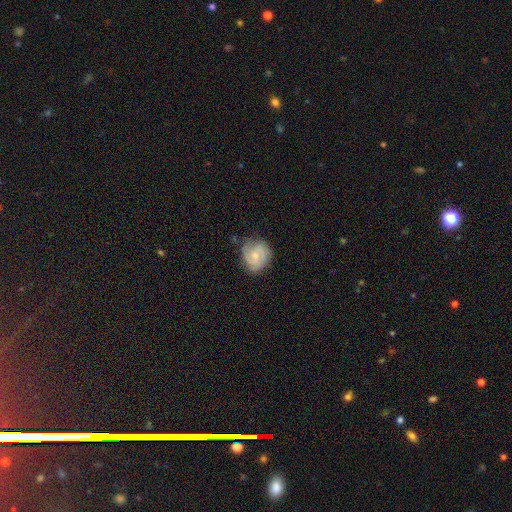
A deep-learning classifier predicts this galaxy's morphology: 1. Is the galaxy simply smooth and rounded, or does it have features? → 62% featured or disk, 31% smooth, 7% star or artifact.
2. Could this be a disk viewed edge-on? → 98% no, 2% yes.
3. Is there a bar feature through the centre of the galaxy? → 59% no, 37% weak, 5% strong.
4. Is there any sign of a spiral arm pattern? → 90% yes, 10% no.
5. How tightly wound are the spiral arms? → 52% tight, 37% medium, 10% loose.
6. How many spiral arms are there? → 49% 2, 21% can't tell, 20% 3, 4% 1, 3% 4, 3% more than 4.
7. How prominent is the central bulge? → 54% small, 38% moderate, 5% none, 2% large, 1% dominant.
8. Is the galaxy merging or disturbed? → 68% none, 24% minor disturbance, 6% major disturbance, 2% merger.